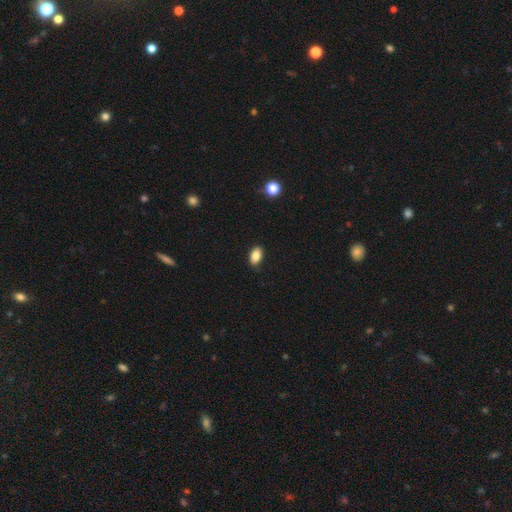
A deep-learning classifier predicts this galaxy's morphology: A smooth galaxy with no disk features (84%) that is in between round and cigar-shaped (91%).

Vote fractions:
- Smooth or featured? smooth: 84% / star or artifact: 9% / featured or disk: 7%
- How rounded? in between: 91% / round: 7% / cigar-shaped: 2%
- Merging? none: 88% / minor disturbance: 9% / major disturbance: 2% / merger: 1%